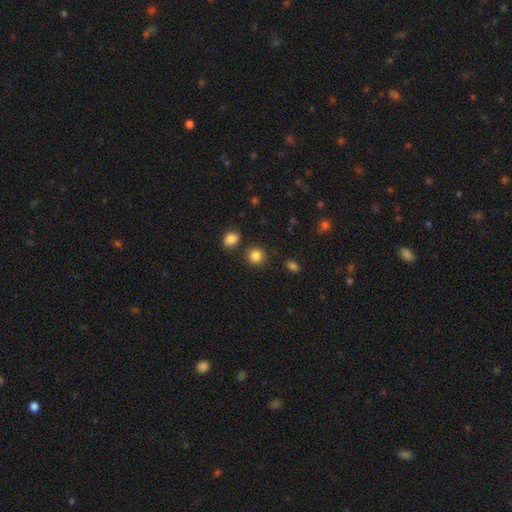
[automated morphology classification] This is clearly a smooth galaxy (86%). How rounded: clearly round (89%). Merging: clearly none (85%).